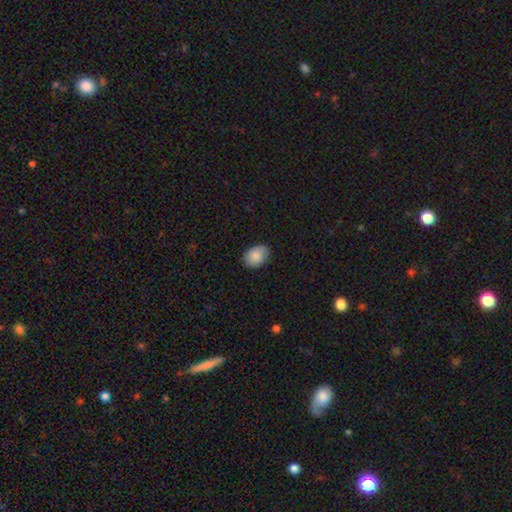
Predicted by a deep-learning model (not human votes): Smooth or featured? Predicted: smooth (p=0.86). How rounded? Predicted: in between (p=0.71). Merging? Predicted: none (p=0.79).